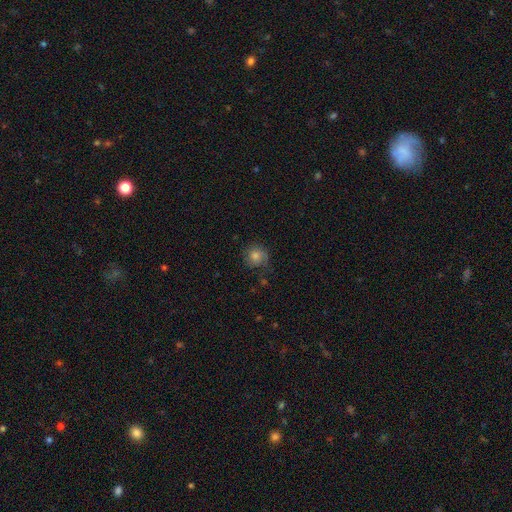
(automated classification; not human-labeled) Smooth or featured: smooth — 68% (featured or disk — 21%)
How rounded: round — 86% (in between — 13%)
Merging: none — 65% (minor disturbance — 23%)